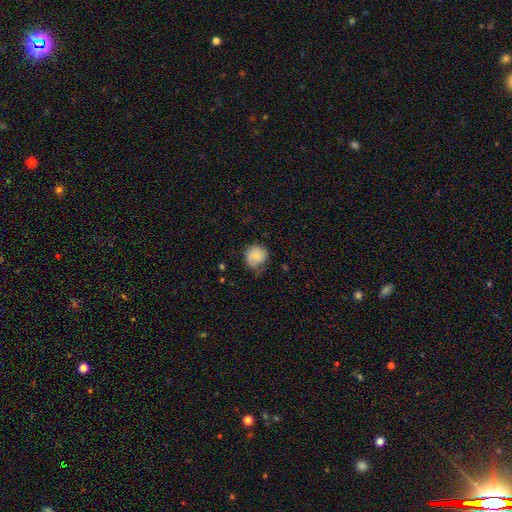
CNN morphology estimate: A smooth galaxy with no disk features (73%) that is round (84%).

Vote fractions:
- Smooth or featured? smooth: 73% / featured or disk: 20% / star or artifact: 7%
- How rounded? round: 84% / in between: 15% / cigar-shaped: 1%
- Merging? none: 53% / minor disturbance: 34% / major disturbance: 11% / merger: 1%